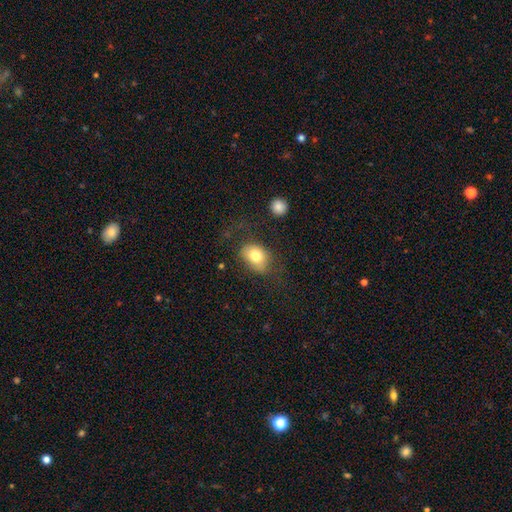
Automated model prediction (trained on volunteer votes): A smooth galaxy with no disk features (76%) that is in between round and cigar-shaped (68%).

Vote fractions:
- Smooth or featured? smooth: 76% / featured or disk: 15% / star or artifact: 9%
- How rounded? in between: 68% / round: 31% / cigar-shaped: 1%
- Merging? none: 61% / minor disturbance: 21% / major disturbance: 16% / merger: 2%